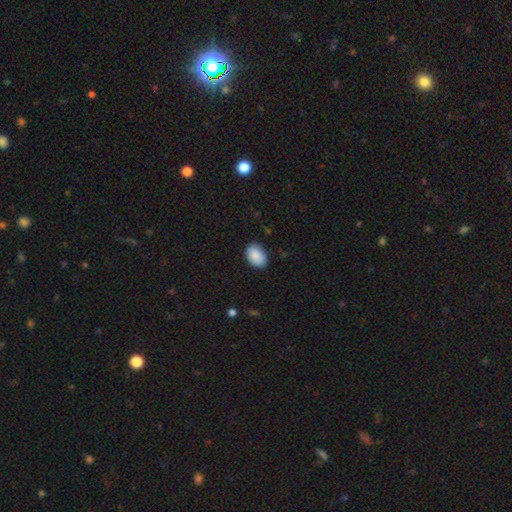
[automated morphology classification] smooth 90%, star or artifact 6%, featured or disk 4%. Down the decision tree: how rounded — in between (81%); merging — none (84%).